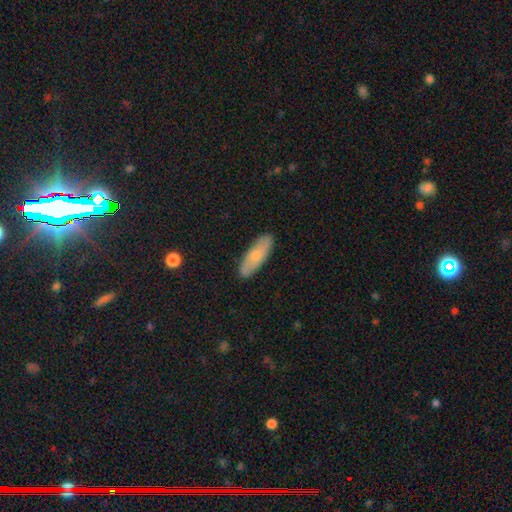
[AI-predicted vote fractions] The model was most divided on "how rounded": in between: 58%, cigar-shaped: 40%, round: 2%. More confident: merging — none (88%); smooth or featured — smooth (70%).